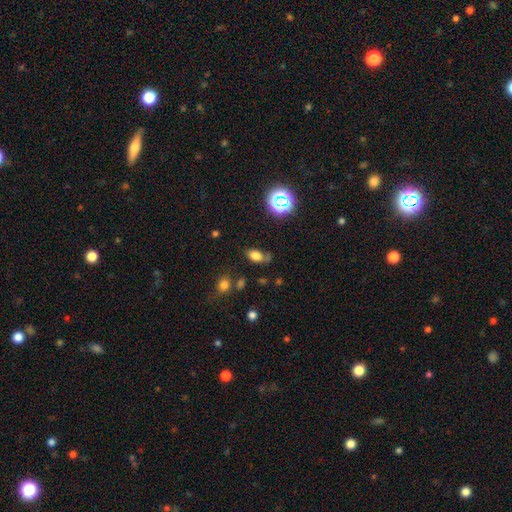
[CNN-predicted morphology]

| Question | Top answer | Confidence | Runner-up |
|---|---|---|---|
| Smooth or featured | smooth | 74% | star or artifact (15%) |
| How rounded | in between | 85% | round (12%) |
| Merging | none | 59% | minor disturbance (23%) |